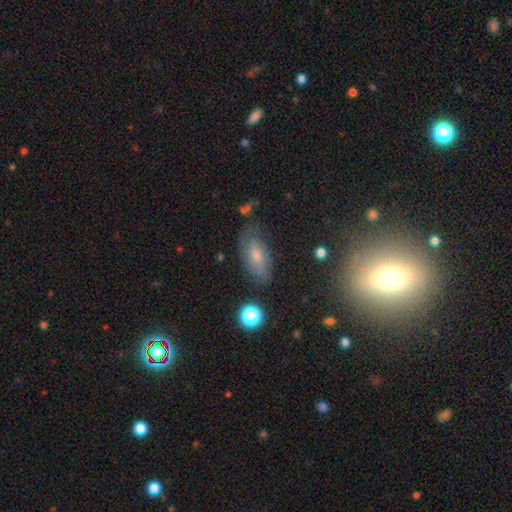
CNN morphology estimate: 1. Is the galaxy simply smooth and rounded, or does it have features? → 45% smooth, 40% featured or disk, 14% star or artifact.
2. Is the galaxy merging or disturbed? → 69% none, 21% minor disturbance, 7% major disturbance, 3% merger.